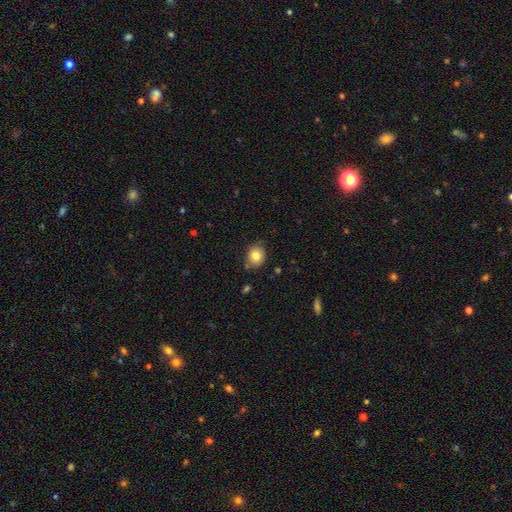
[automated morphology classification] smooth 82%, star or artifact 9%, featured or disk 9%. Down the decision tree: how rounded — round (62%); merging — none (79%).